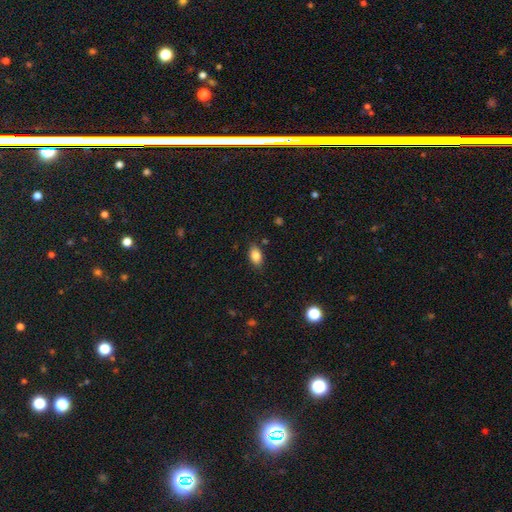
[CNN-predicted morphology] This appears to be a smooth galaxy with no disk features (84%) that is in between round and cigar-shaped (87%). Merging: none (84%).